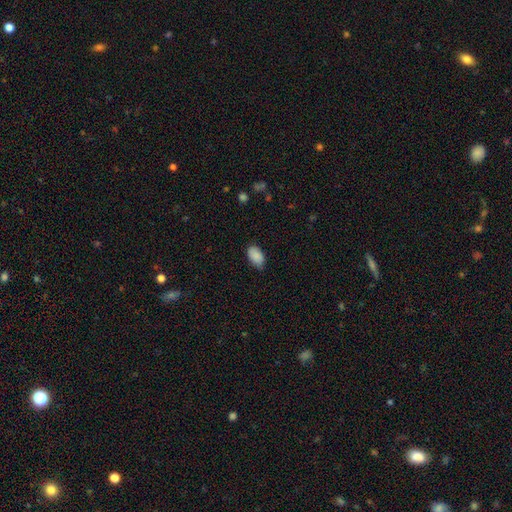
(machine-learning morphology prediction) smooth-or-featured: smooth: 88% | star or artifact: 7% | featured or disk: 5%
  how-rounded: in between: 93% | round: 5% | cigar-shaped: 2%
  merging: none: 73% | minor disturbance: 22% | major disturbance: 3% | merger: 1%